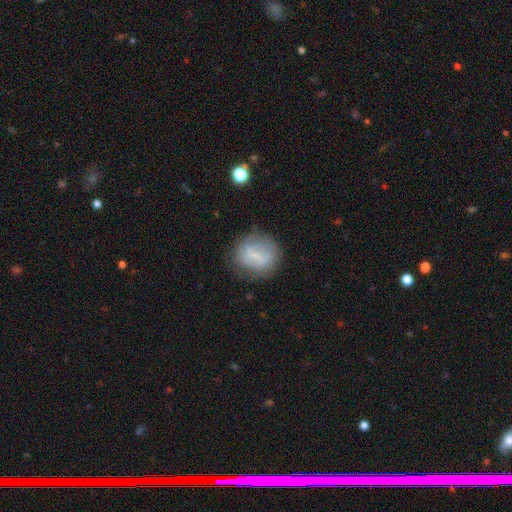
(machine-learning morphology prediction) Smooth or featured: smooth — 55% (featured or disk — 36%)
How rounded: round — 71% (in between — 27%)
Merging: none — 74% (minor disturbance — 17%)